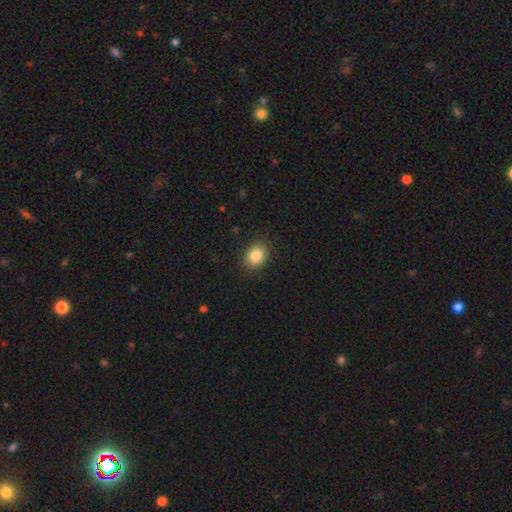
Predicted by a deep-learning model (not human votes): Q: Smooth or featured?
A: smooth (84%); runner-up: star or artifact (9%)
Q: How rounded?
A: in between (55%); runner-up: round (44%)
Q: Merging?
A: none (89%); runner-up: minor disturbance (8%)